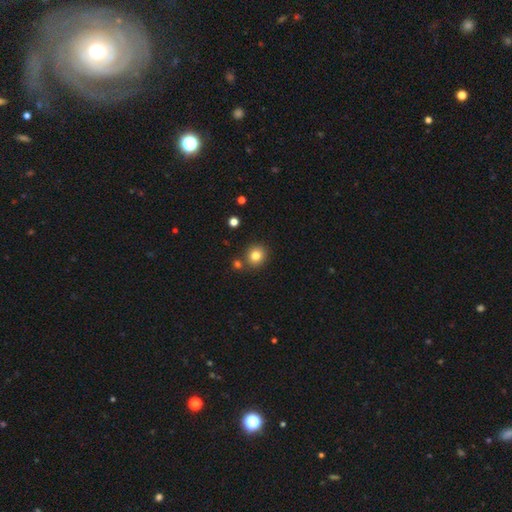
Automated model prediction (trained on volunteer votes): This is clearly a smooth galaxy (82%). How rounded: clearly round (82%). Merging: clearly none (80%).